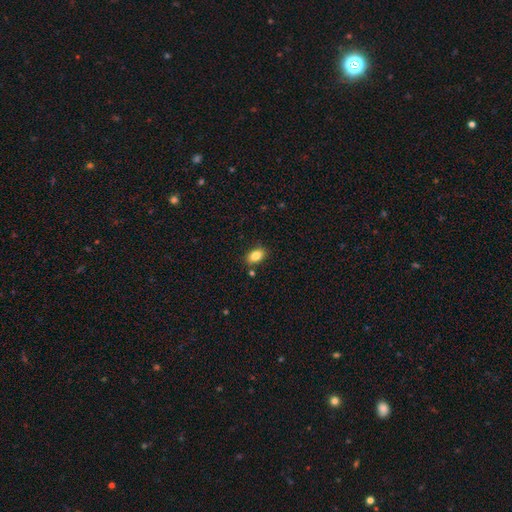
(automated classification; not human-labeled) smooth-or-featured: smooth: 84% | star or artifact: 9% | featured or disk: 7%
  how-rounded: in between: 88% | round: 10% | cigar-shaped: 2%
  merging: none: 84% | minor disturbance: 10% | merger: 4% | major disturbance: 2%